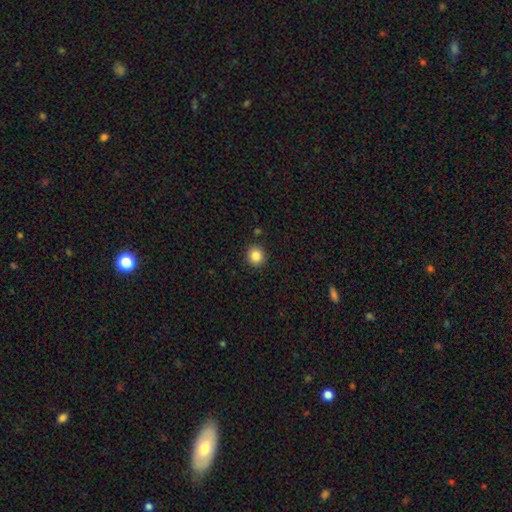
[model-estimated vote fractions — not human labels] smooth 85%, star or artifact 10%, featured or disk 5%. Down the decision tree: how rounded — round (91%); merging — none (91%).